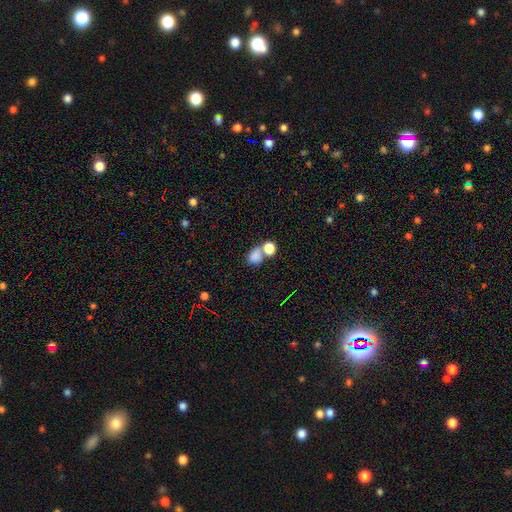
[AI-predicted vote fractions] smooth 79%, star or artifact 13%, featured or disk 9%. Down the decision tree: how rounded — in between (55%); merging — merger (47%).